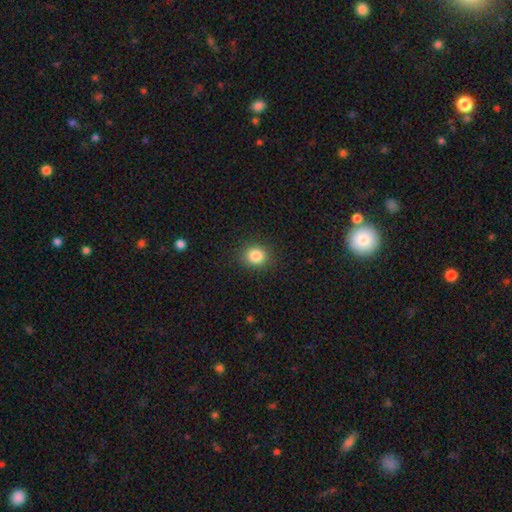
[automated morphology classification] Smooth or featured?
  - smooth: 85% *
  - star or artifact: 10%
  - featured or disk: 5%
How rounded?
  - round: 74% *
  - in between: 25%
  - cigar-shaped: 1%
Merging?
  - none: 88% *
  - minor disturbance: 8%
  - major disturbance: 3%
  - merger: 1%